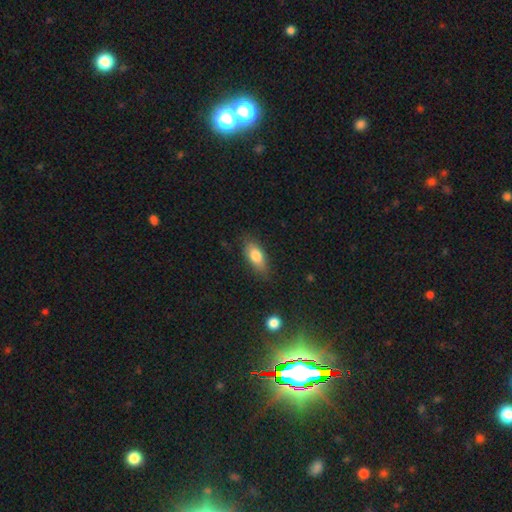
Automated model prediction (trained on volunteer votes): smooth_or_featured: smooth (p=0.78) [alt: featured or disk p=0.15]
how_rounded: in between (p=0.79) [alt: cigar-shaped p=0.17]
merging: none (p=0.81) [alt: minor disturbance p=0.15]